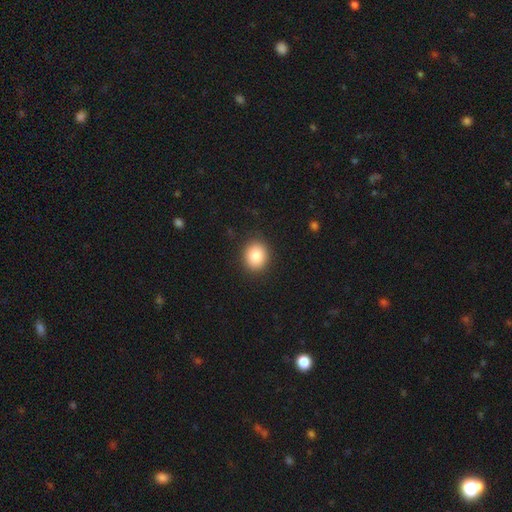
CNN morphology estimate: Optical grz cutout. It shows a smooth galaxy with no disk features (86%) that is round (67%). Merging: none (90%).